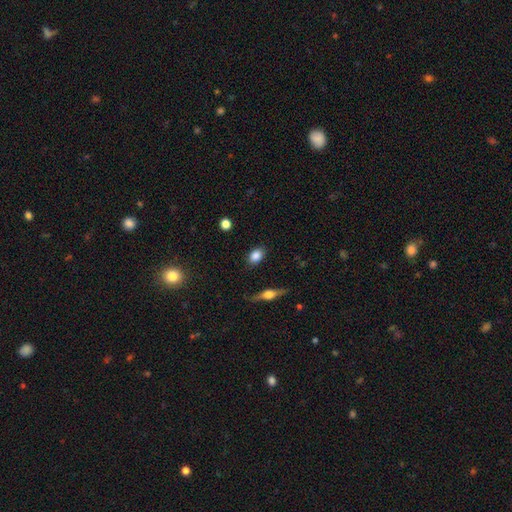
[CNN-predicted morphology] Smooth or featured?
  - smooth: 84% *
  - featured or disk: 8%
  - star or artifact: 8%
How rounded?
  - in between: 72% *
  - round: 25%
  - cigar-shaped: 3%
Merging?
  - none: 86% *
  - minor disturbance: 10%
  - major disturbance: 3%
  - merger: 2%